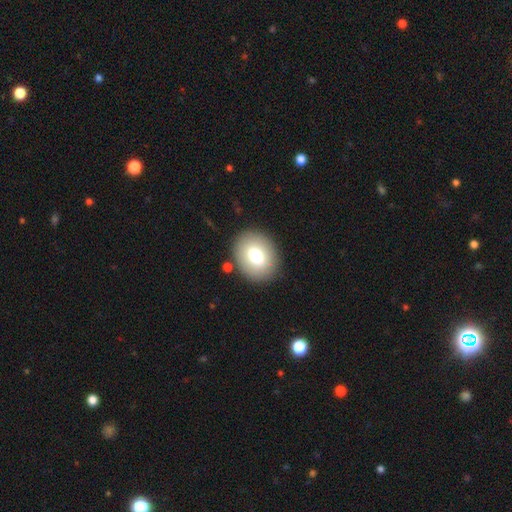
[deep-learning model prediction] Q: Smooth or featured?
A: smooth (74%); runner-up: featured or disk (17%)
Q: How rounded?
A: round (53%); runner-up: in between (46%)
Q: Merging?
A: none (86%); runner-up: minor disturbance (8%)